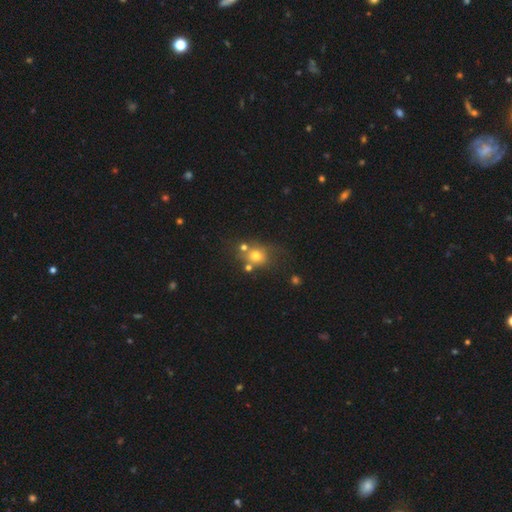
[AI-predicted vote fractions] Q: Smooth or featured?
A: smooth (68%); runner-up: star or artifact (17%)
Q: How rounded?
A: round (69%); runner-up: in between (30%)
Q: Merging?
A: none (55%); runner-up: merger (22%)